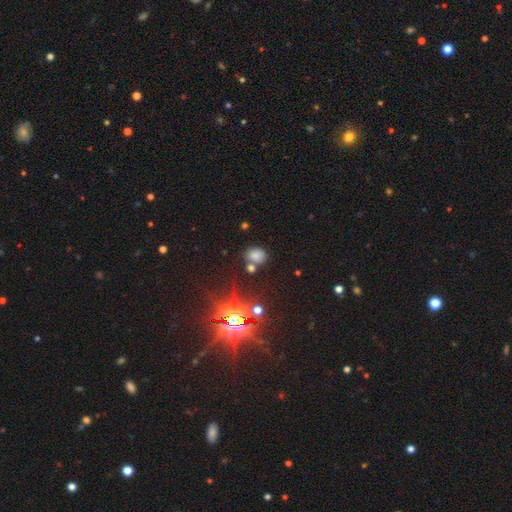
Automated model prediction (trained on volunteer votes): The model was most divided on "how rounded" (2-way tie): round: 49%, in between: 49%, cigar-shaped: 1%. More confident: smooth or featured — smooth (65%); merging — none (64%).